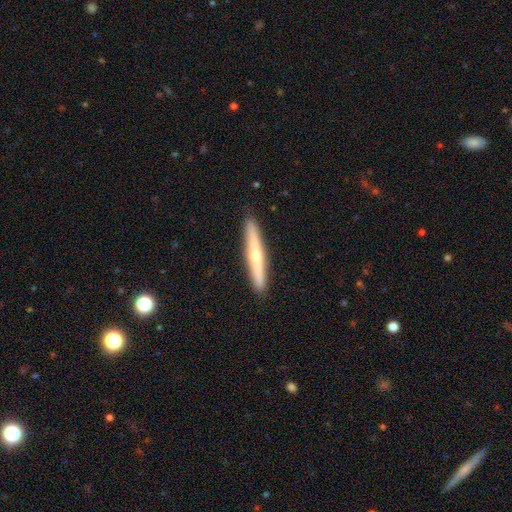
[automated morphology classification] smooth_or_featured: featured or disk (p=0.53) [alt: smooth p=0.41]
disk_edge_on: yes (p=0.94) [alt: no p=0.06]
edge_on_bulge: rounded (p=0.78) [alt: none p=0.20]
merging: none (p=0.92) [alt: minor disturbance p=0.06]